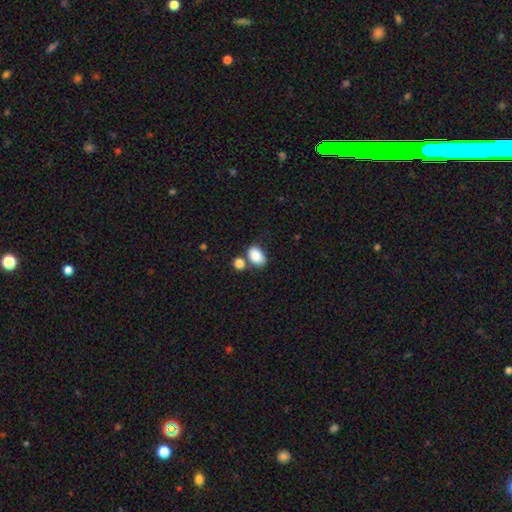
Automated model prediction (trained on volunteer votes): smooth-or-featured: smooth: 87% | star or artifact: 8% | featured or disk: 6%
  how-rounded: in between: 85% | round: 14% | cigar-shaped: 1%
  merging: none: 55% | merger: 25% | minor disturbance: 15% | major disturbance: 5%